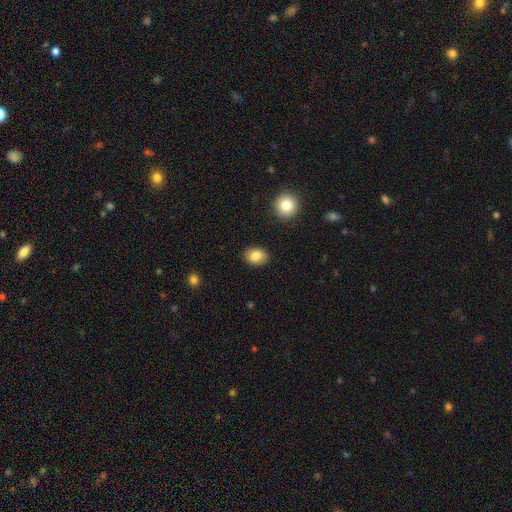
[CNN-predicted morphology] Smooth or featured? smooth (83%)
How rounded? in between (72%)
Merging? none (87%)